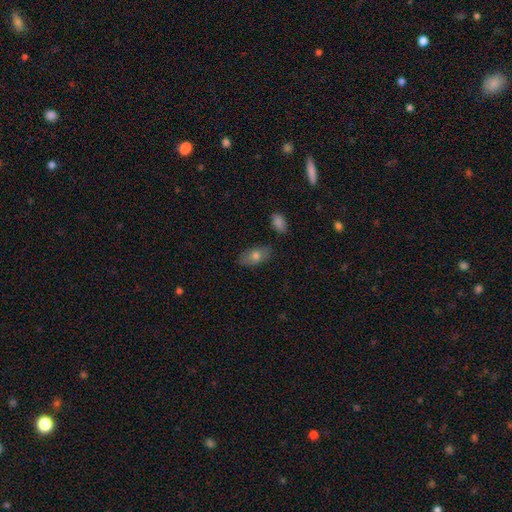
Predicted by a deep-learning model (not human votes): Overall: smooth (73%). How rounded: in between (91%). Merging: none (82%).